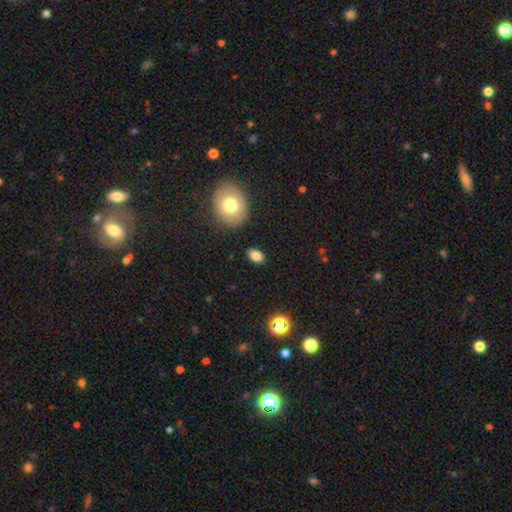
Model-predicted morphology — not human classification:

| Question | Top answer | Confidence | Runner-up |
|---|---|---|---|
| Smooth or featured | smooth | 84% | star or artifact (10%) |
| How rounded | in between | 87% | round (11%) |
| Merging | none | 88% | minor disturbance (8%) |